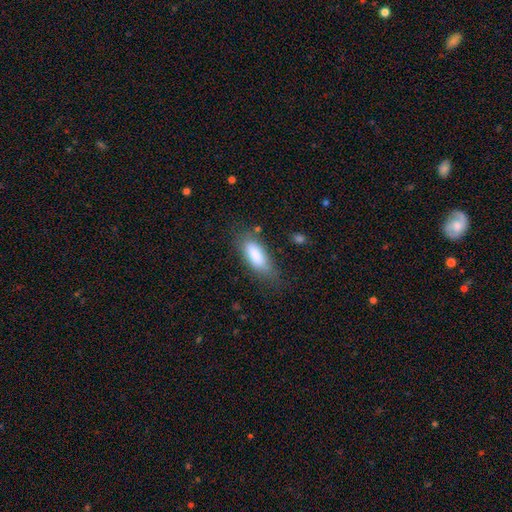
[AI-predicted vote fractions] A smooth galaxy with no disk features (84%) that is in between round and cigar-shaped (74%). Merging: none (70%).